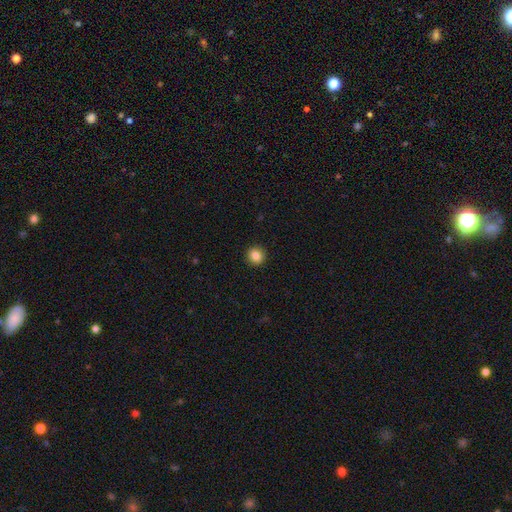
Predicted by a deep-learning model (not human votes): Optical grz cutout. It shows a smooth galaxy with no disk features (85%) that is round (94%). Merging: none (93%).